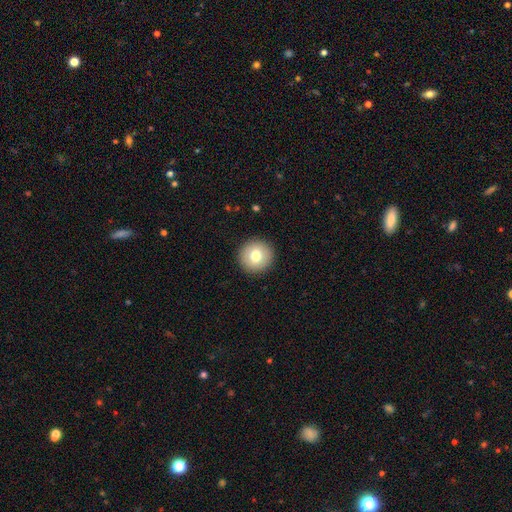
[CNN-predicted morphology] Smooth or featured: smooth — 76% (featured or disk — 16%)
How rounded: round — 94% (in between — 5%)
Merging: none — 92% (minor disturbance — 5%)